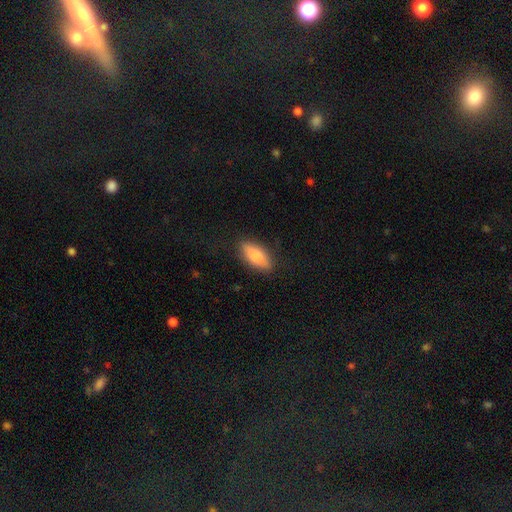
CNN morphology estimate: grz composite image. It shows a smooth galaxy with no disk features (80%) that is in between round and cigar-shaped (80%). Merging: none (84%).